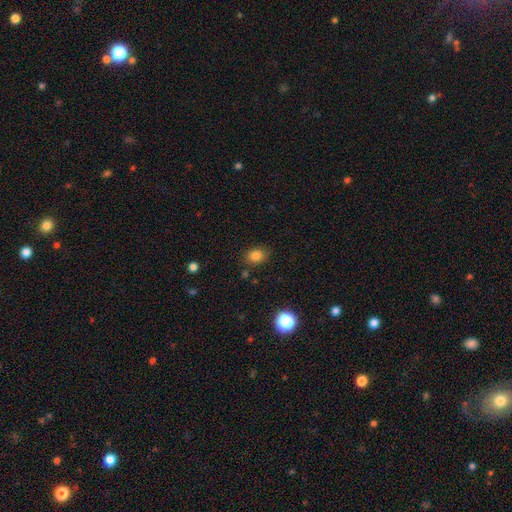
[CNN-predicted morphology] This is clearly a smooth galaxy (82%). How rounded: possibly in between (56%). Merging: clearly none (82%).